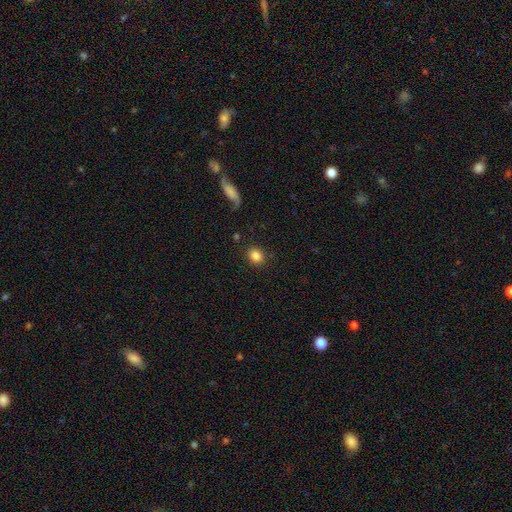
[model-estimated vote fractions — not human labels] Smooth or featured? Predicted: smooth (p=0.84). How rounded? Predicted: round (p=0.66). Merging? Predicted: none (p=0.87).